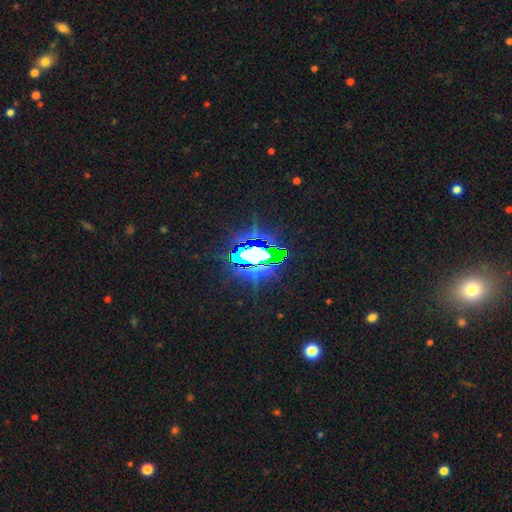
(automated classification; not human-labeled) Morphology: type=star or artifact (72%).